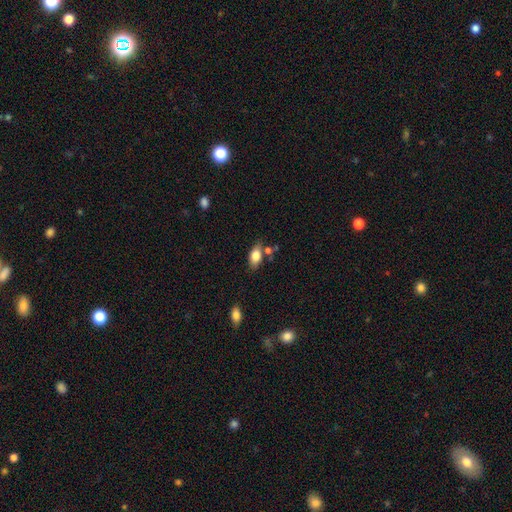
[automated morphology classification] Smooth or featured: smooth — 80% (featured or disk — 13%)
How rounded: in between — 87% (round — 7%)
Merging: none — 69% (minor disturbance — 16%)